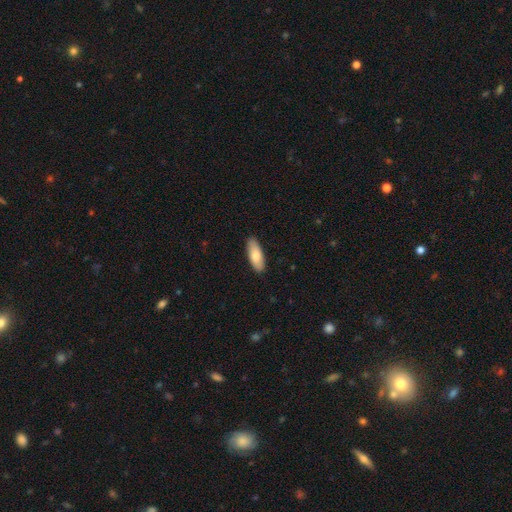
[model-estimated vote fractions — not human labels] Morphology: type=smooth (78%); roundness=in between (70%); merging=none (89%).